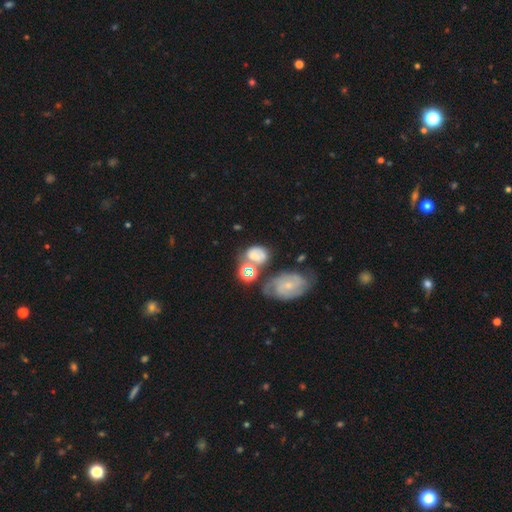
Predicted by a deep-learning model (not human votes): A smooth galaxy with no disk features (47%). Merging: none (38%).